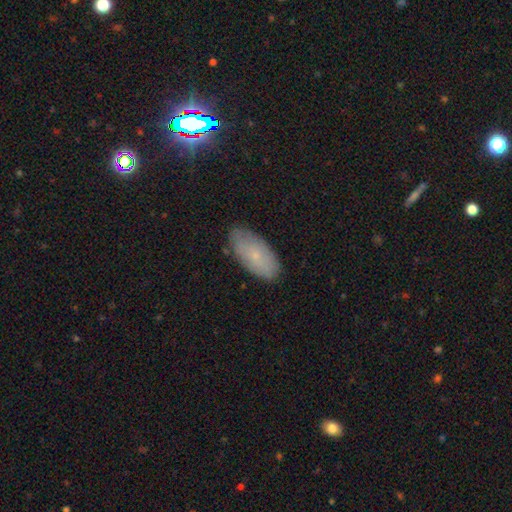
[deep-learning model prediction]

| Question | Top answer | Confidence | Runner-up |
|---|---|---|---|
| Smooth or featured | smooth | 66% | featured or disk (24%) |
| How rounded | in between | 91% | cigar-shaped (6%) |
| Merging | none | 82% | minor disturbance (14%) |